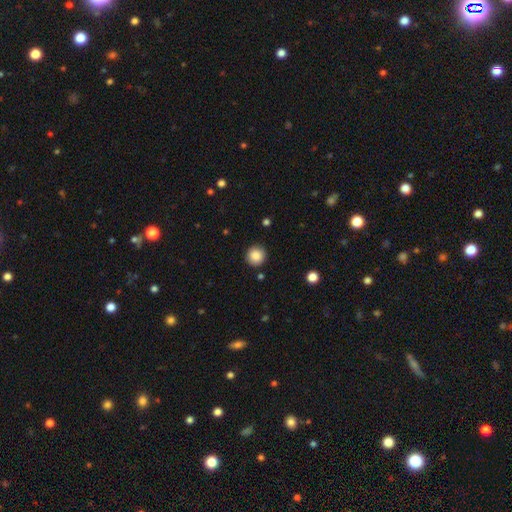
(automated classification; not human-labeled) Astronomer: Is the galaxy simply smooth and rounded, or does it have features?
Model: smooth — 87%.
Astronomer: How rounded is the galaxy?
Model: round — 95%.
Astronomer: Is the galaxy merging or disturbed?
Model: none — 89%.